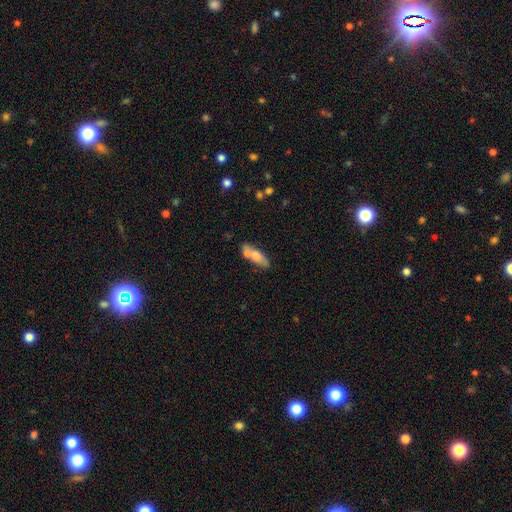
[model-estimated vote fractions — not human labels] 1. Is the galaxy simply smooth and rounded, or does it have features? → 65% smooth, 28% featured or disk, 7% star or artifact.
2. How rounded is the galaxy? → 60% in between, 36% cigar-shaped, 3% round.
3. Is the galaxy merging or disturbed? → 50% none, 28% merger, 16% minor disturbance, 6% major disturbance.